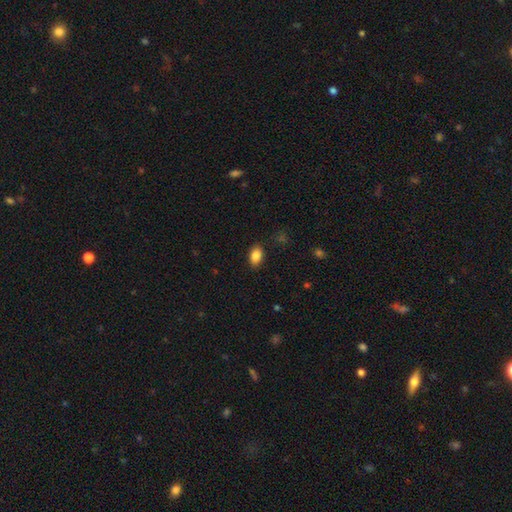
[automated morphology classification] type=smooth (86%); roundness=in between (87%); merging=none (86%).